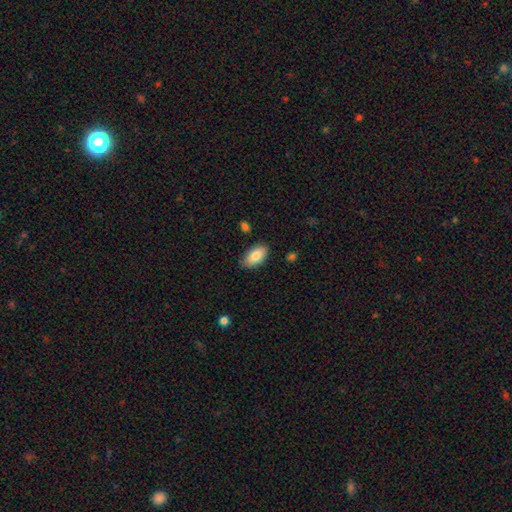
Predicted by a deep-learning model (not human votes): Smooth or featured? Predicted: smooth (p=0.84). How rounded? Predicted: in between (p=0.94). Merging? Predicted: none (p=0.83).